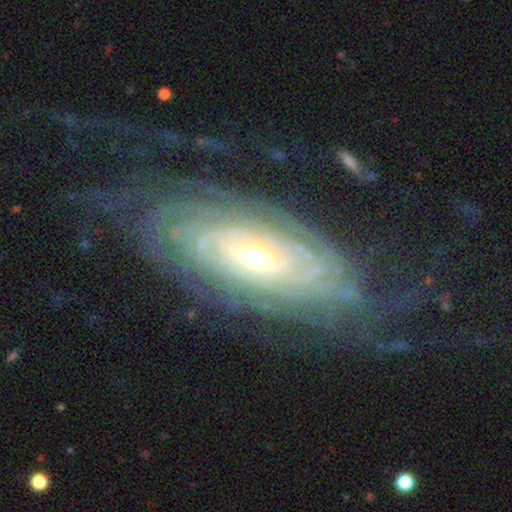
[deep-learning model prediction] smooth_or_featured: featured or disk (p=0.86) [alt: smooth p=0.08]
disk_edge_on: no (p=0.88) [alt: yes p=0.12]
bar: no (p=0.60) [alt: weak p=0.28]
has_spiral_arms: yes (p=0.94) [alt: no p=0.06]
spiral_winding: tight (p=0.81) [alt: medium p=0.15]
spiral_arm_count: can't tell (p=0.43) [alt: more than 4 p=0.17]
bulge_size: moderate (p=0.50) [alt: small p=0.43]
merging: none (p=0.76) [alt: minor disturbance p=0.16]